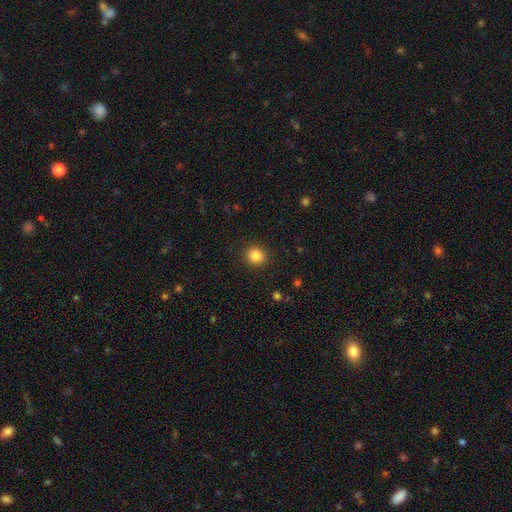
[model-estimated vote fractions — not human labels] A smooth galaxy with no disk features (85%) that is round (86%).

Vote fractions:
- Smooth or featured? smooth: 85% / star or artifact: 11% / featured or disk: 4%
- How rounded? round: 86% / in between: 13% / cigar-shaped: 1%
- Merging? none: 91% / minor disturbance: 6% / major disturbance: 2% / merger: 1%